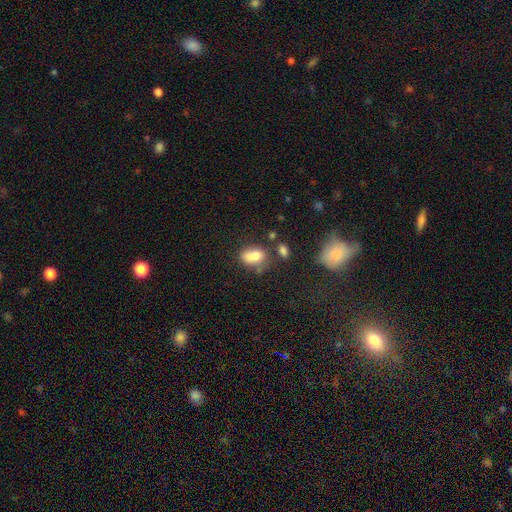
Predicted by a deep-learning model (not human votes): Overall: smooth (74%). How rounded: in between (76%). Merging: none (39%; merger 33%).